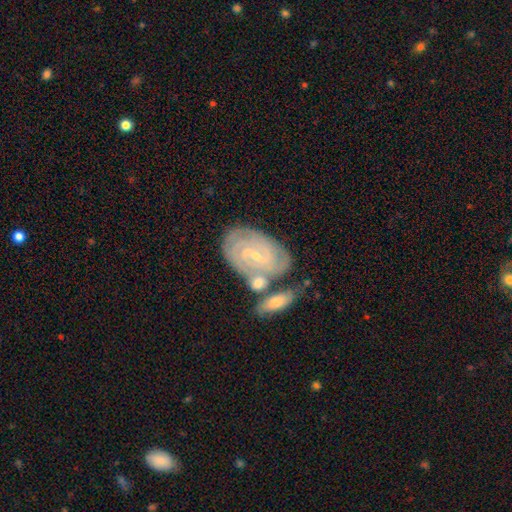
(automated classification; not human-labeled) featured or disk 79%, smooth 15%, star or artifact 6%. Down the decision tree: edge-on disk — no (95%); bar — no (51%); spiral arms — yes (93%); spiral arm count — can't tell (40%); spiral winding — tight (74%); bulge size — small (78%); merging — none (49%).